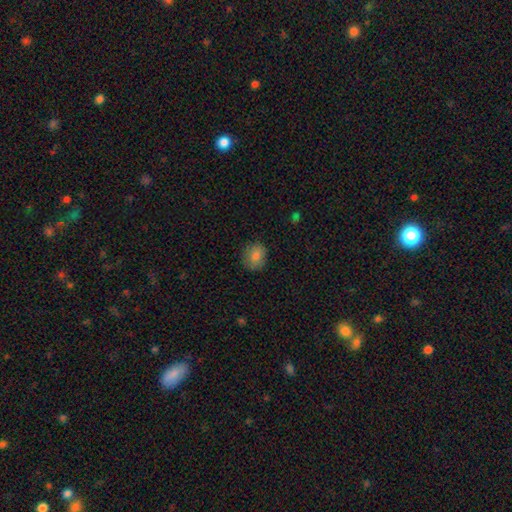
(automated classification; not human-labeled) Overall: smooth (82%). How rounded: round (70%). Merging: none (84%).